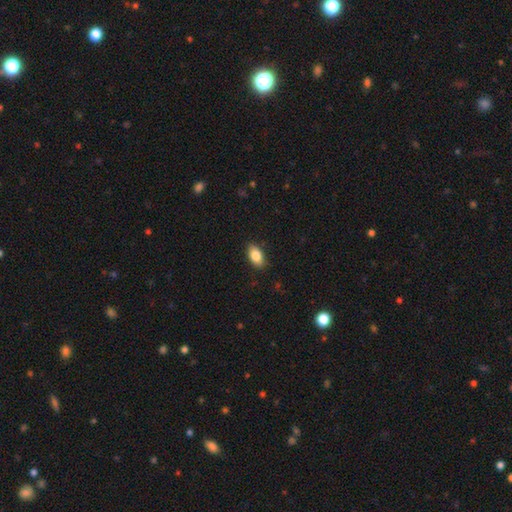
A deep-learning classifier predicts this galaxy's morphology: Smooth or featured? Predicted: smooth (p=0.84). How rounded? Predicted: in between (p=0.90). Merging? Predicted: none (p=0.86).